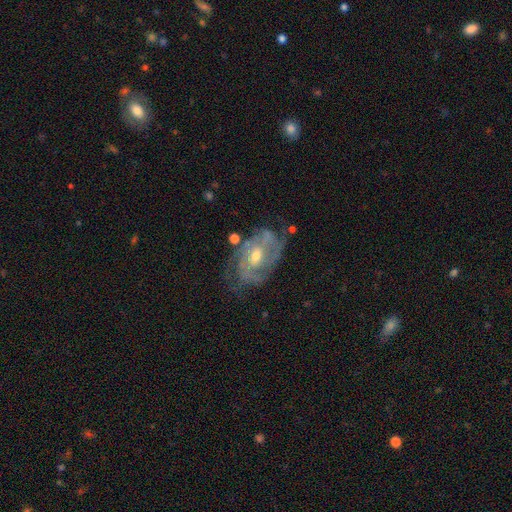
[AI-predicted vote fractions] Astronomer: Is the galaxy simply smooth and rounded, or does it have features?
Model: featured or disk — 84%.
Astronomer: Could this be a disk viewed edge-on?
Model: no — 96%.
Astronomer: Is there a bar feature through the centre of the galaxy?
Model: no — 50% (runner-up: weak, 39%).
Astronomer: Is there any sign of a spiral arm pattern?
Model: yes — 90%.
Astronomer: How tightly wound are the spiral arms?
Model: tight — 53% (runner-up: medium, 36%).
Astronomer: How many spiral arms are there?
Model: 2 — 33% (runner-up: can't tell, 31%).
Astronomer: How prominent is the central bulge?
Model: moderate — 58% (runner-up: small, 38%).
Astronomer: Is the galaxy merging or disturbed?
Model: none — 64%.